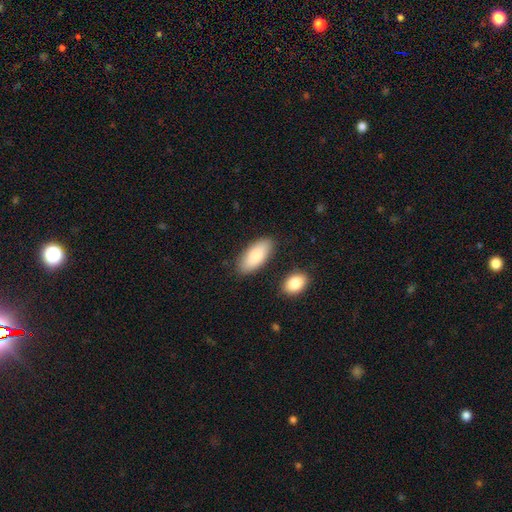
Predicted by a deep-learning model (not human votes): Smooth or featured?
  - smooth: 87% *
  - featured or disk: 8%
  - star or artifact: 6%
How rounded?
  - in between: 88% *
  - cigar-shaped: 10%
  - round: 2%
Merging?
  - none: 82% *
  - minor disturbance: 11%
  - merger: 4%
  - major disturbance: 3%